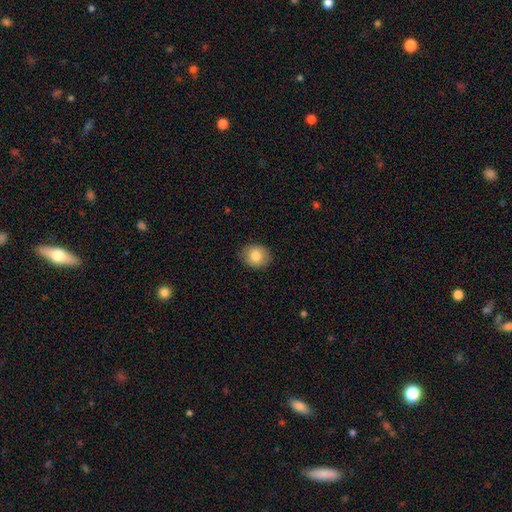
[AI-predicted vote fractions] smooth_or_featured: smooth (p=0.83) [alt: star or artifact p=0.09]
how_rounded: round (p=0.67) [alt: in between p=0.33]
merging: none (p=0.87) [alt: minor disturbance p=0.10]